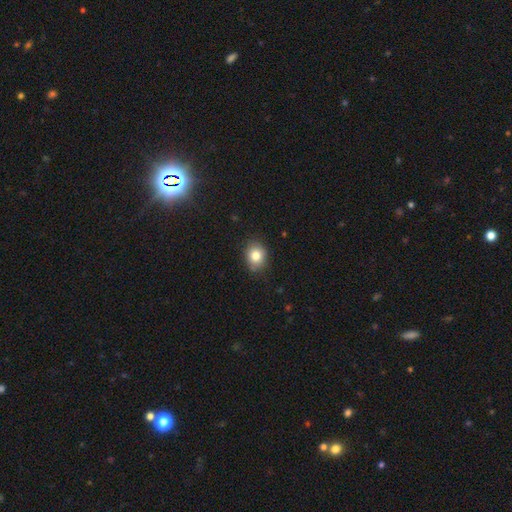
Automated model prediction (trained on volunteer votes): This appears to be a smooth galaxy with no disk features (81%) that is round (55%). Merging: none (83%).